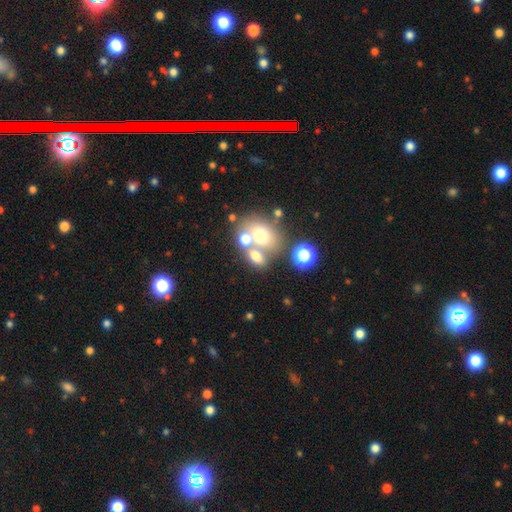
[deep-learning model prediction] Smooth or featured? Predicted: smooth (p=0.63). How rounded? Predicted: in between (p=0.58). Merging? Predicted: merger (p=0.46).